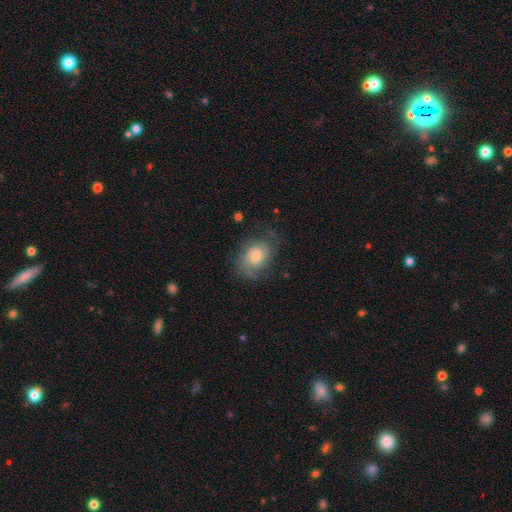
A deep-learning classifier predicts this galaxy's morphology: The model was most divided on "smooth or featured": featured or disk: 54%, smooth: 38%, star or artifact: 8%. More confident: edge-on disk — no (96%); spiral arms — yes (81%); bar — no (75%); merging — none (63%); bulge size — moderate (55%).